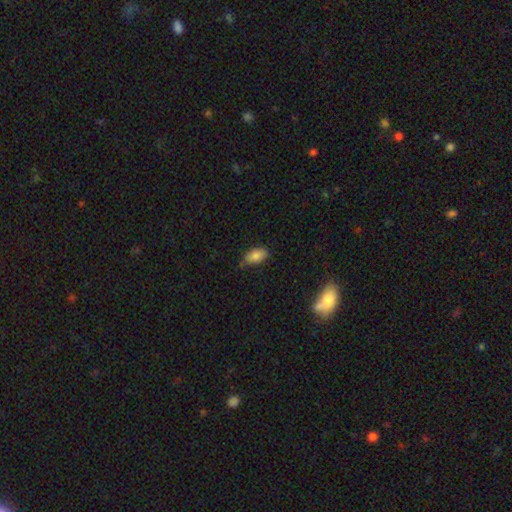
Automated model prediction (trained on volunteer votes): The model was most divided on "merging": none: 59%, minor disturbance: 33%, major disturbance: 6%, merger: 2%. More confident: how rounded — in between (91%); smooth or featured — smooth (83%).